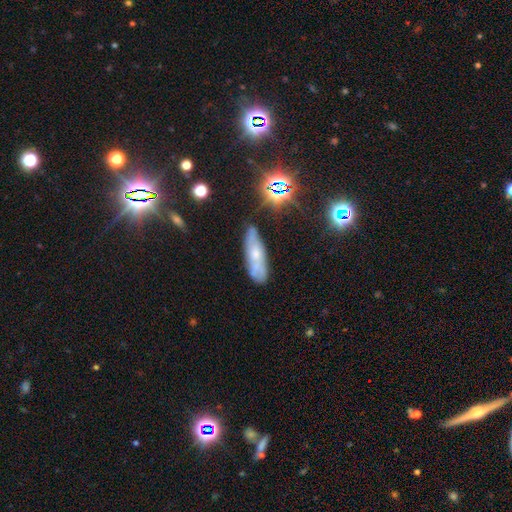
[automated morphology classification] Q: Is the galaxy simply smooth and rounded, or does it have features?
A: featured or disk — 43%.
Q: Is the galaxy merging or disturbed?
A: none — 65%.